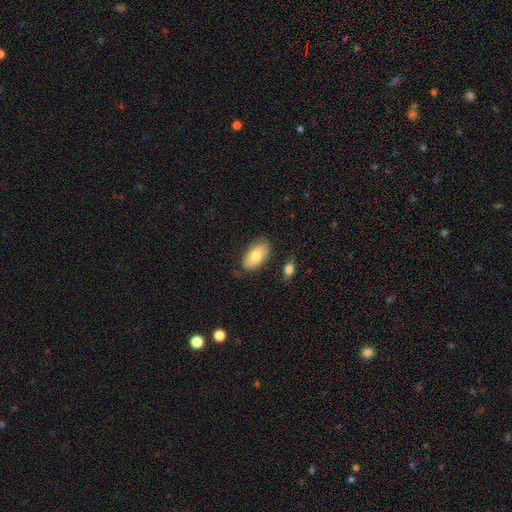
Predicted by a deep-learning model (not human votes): Smooth or featured? Predicted: smooth (p=0.78). How rounded? Predicted: in between (p=0.94). Merging? Predicted: none (p=0.76).